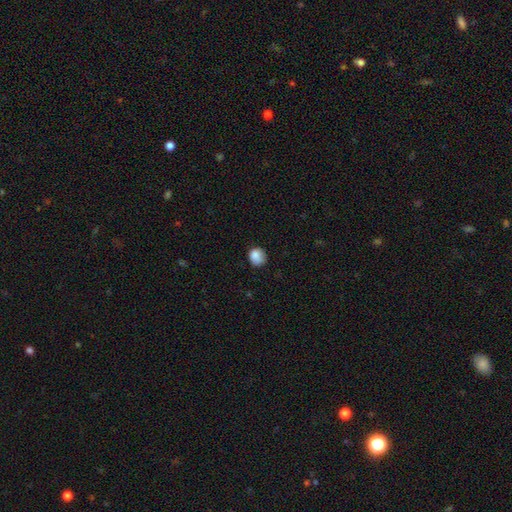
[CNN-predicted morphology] smooth 86%, star or artifact 9%, featured or disk 5%. Down the decision tree: how rounded — round (80%); merging — none (70%).